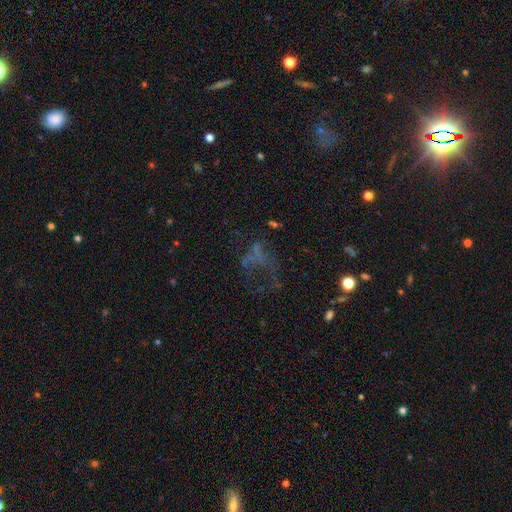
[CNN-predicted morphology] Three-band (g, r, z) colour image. It shows a featured or disk galaxy (39%). Merging: major disturbance (44%).